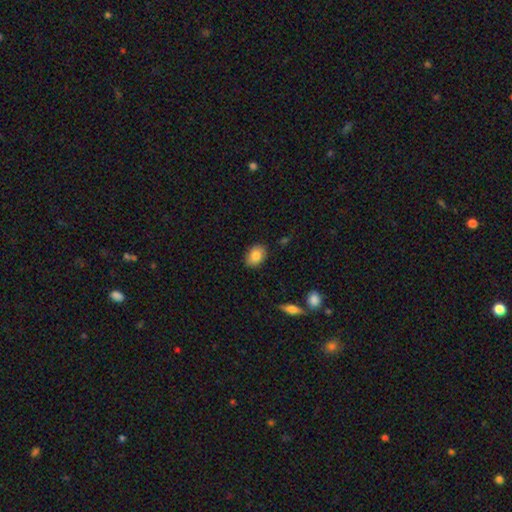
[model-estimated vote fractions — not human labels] Q: Smooth or featured?
A: smooth (83%); runner-up: featured or disk (9%)
Q: How rounded?
A: in between (74%); runner-up: round (25%)
Q: Merging?
A: none (85%); runner-up: minor disturbance (11%)